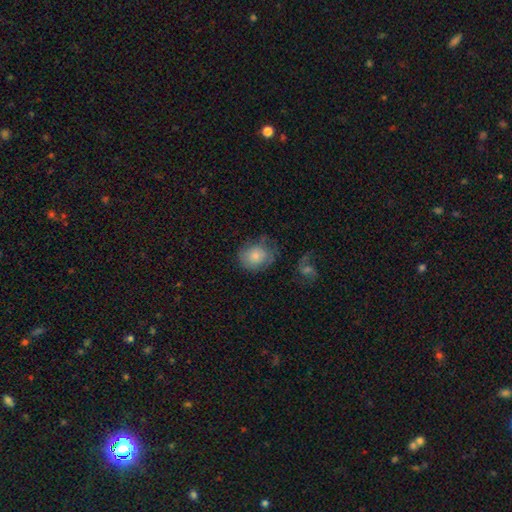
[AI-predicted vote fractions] Smooth or featured? Predicted: smooth (p=0.75). How rounded? Predicted: round (p=0.64). Merging? Predicted: none (p=0.56).